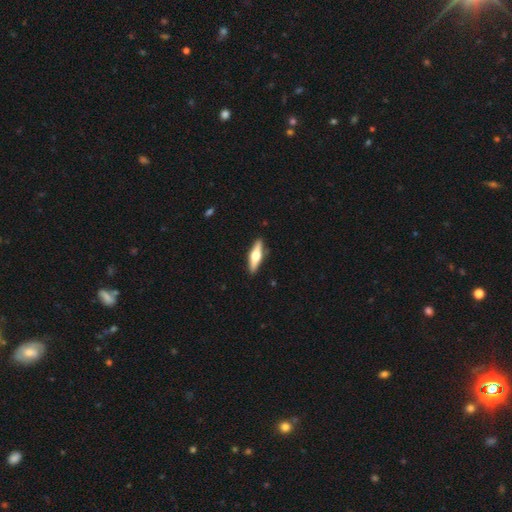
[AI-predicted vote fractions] Smooth or featured: featured or disk — 57% (smooth — 38%)
Edge-on disk: yes — 94% (no — 6%)
Edge-on bulge: rounded — 94% (boxy — 4%)
Merging: none — 89% (minor disturbance — 8%)